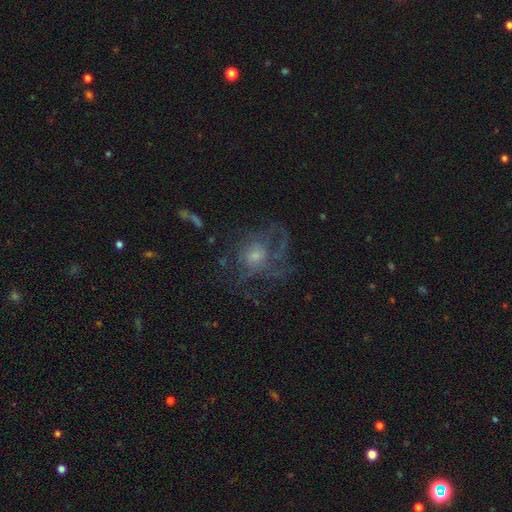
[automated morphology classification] featured or disk 67%, smooth 21%, star or artifact 12%. Down the decision tree: edge-on disk — no (97%); bar — no (79%); spiral arms — yes (69%); bulge size — small (47%); merging — none (46%).